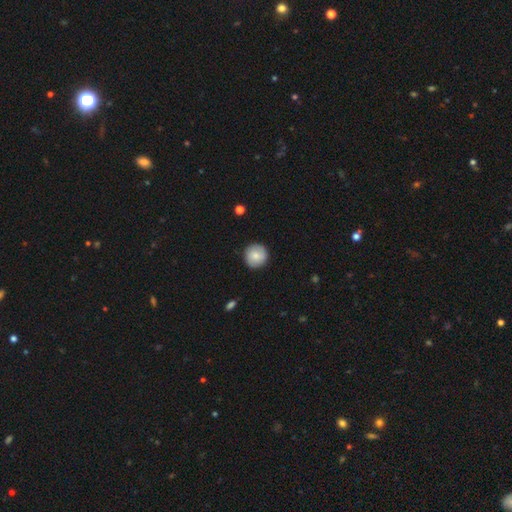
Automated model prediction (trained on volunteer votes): Smooth or featured? Predicted: smooth (p=0.80). How rounded? Predicted: round (p=0.95). Merging? Predicted: none (p=0.91).